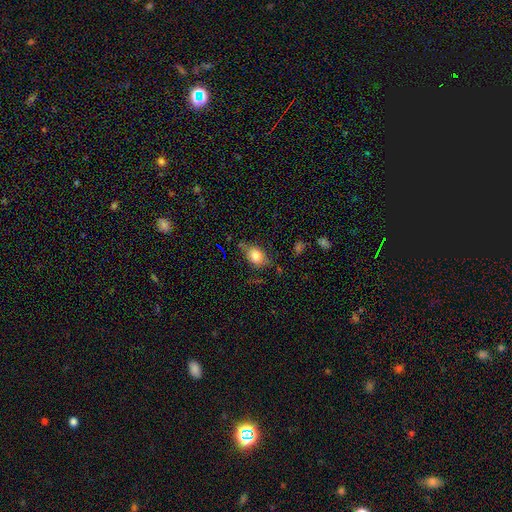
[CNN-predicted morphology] A smooth galaxy with no disk features (75%) that is in between round and cigar-shaped (71%). Merging: none (61%).